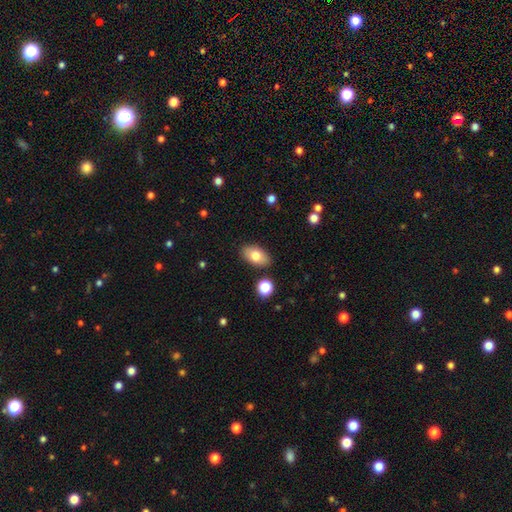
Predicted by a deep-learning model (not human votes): Smooth or featured?
  - smooth: 78% *
  - featured or disk: 14%
  - star or artifact: 7%
How rounded?
  - in between: 92% *
  - round: 6%
  - cigar-shaped: 2%
Merging?
  - none: 86% *
  - minor disturbance: 9%
  - merger: 3%
  - major disturbance: 2%